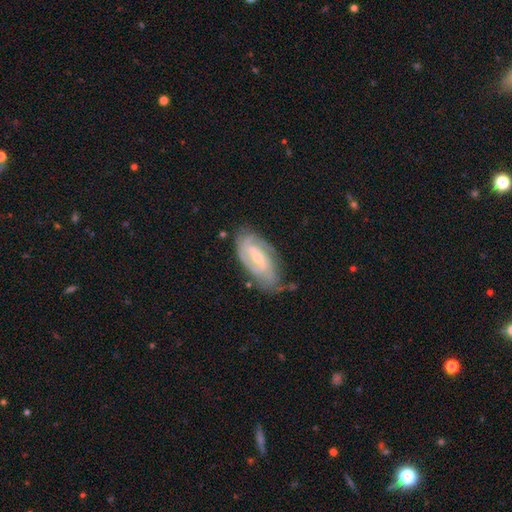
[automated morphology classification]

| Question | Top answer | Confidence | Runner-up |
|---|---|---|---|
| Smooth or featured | featured or disk | 85% | smooth (9%) |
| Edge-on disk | no | 95% | yes (5%) |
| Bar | weak | 46% | no (32%) |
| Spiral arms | yes | 95% | no (5%) |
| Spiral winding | tight | 55% | medium (36%) |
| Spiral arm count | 2 | 55% | can't tell (19%) |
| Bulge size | small | 61% | moderate (35%) |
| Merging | none | 69% | minor disturbance (23%) |